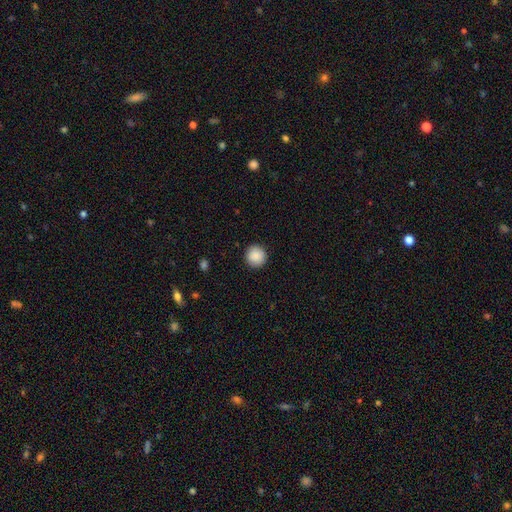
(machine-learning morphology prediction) Q: Smooth or featured?
A: smooth (89%); runner-up: star or artifact (8%)
Q: How rounded?
A: round (95%); runner-up: in between (4%)
Q: Merging?
A: none (92%); runner-up: minor disturbance (5%)